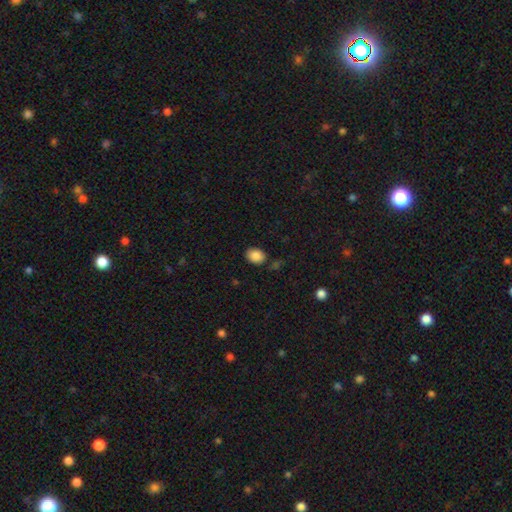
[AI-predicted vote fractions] A smooth galaxy with no disk features (86%) that is in between round and cigar-shaped (65%). Merging: none (82%).